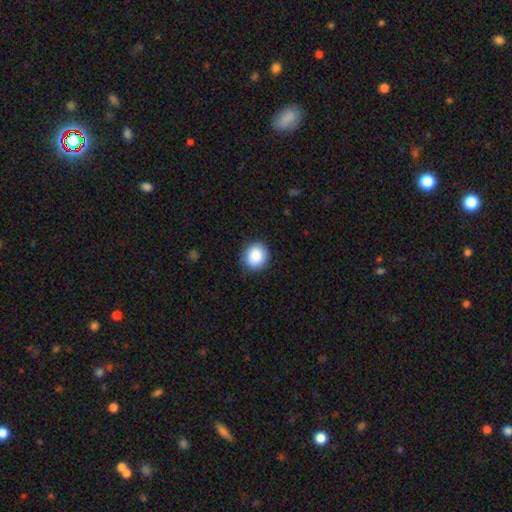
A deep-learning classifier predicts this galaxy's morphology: Smooth or featured? smooth (88%)
How rounded? round (86%)
Merging? none (89%)